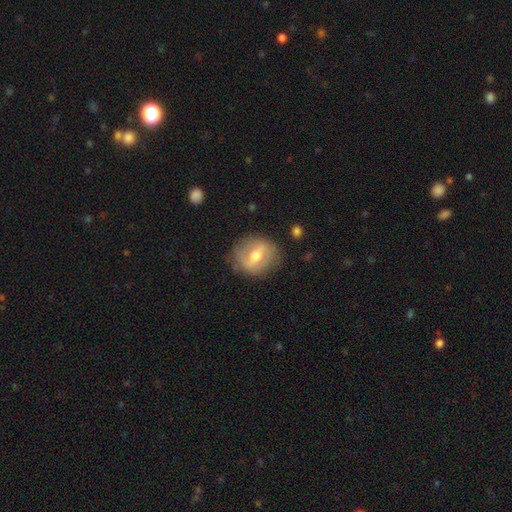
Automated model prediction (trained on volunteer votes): Smooth or featured?
  - featured or disk: 56% *
  - smooth: 38%
  - star or artifact: 7%
Edge-on disk?
  - no: 91% *
  - yes: 9%
Bar?
  - strong: 43% *
  - weak: 42%
  - no: 15%
Spiral arms?
  - no: 59% *
  - yes: 41%
Bulge size?
  - moderate: 73% *
  - small: 17%
  - large: 8%
  - none: 1%
  - dominant: 1%
Merging?
  - none: 78% *
  - minor disturbance: 15%
  - major disturbance: 6%
  - merger: 1%